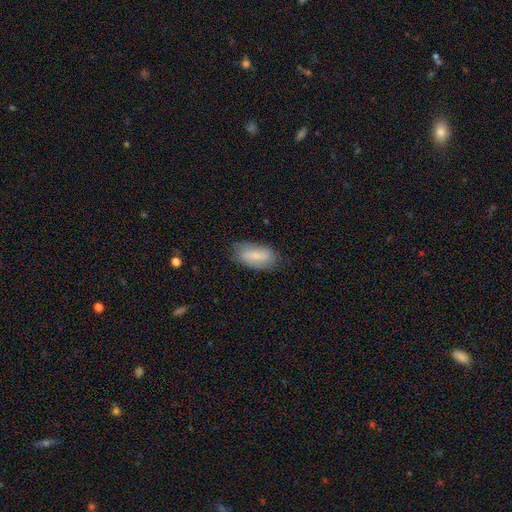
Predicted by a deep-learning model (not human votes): Smooth or featured: smooth — 60% (featured or disk — 33%)
How rounded: in between — 90% (cigar-shaped — 6%)
Merging: none — 73% (minor disturbance — 21%)